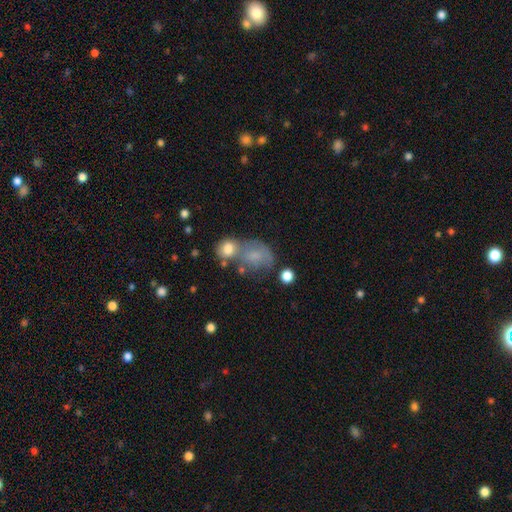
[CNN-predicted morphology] Smooth or featured? smooth (64%)
How rounded? in between (62%)
Merging? merger (40%)